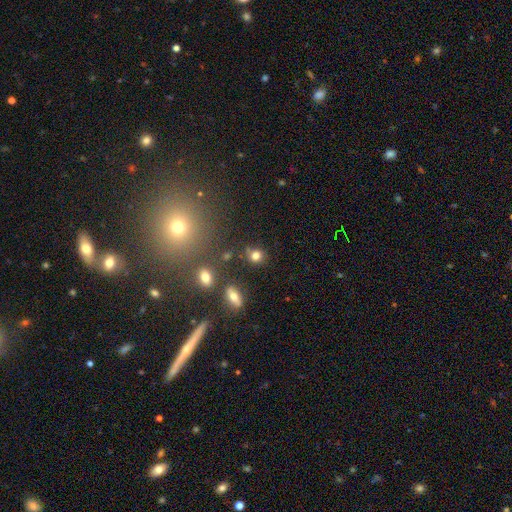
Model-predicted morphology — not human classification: smooth 78%, star or artifact 14%, featured or disk 8%. Down the decision tree: how rounded — round (76%); merging — none (73%).